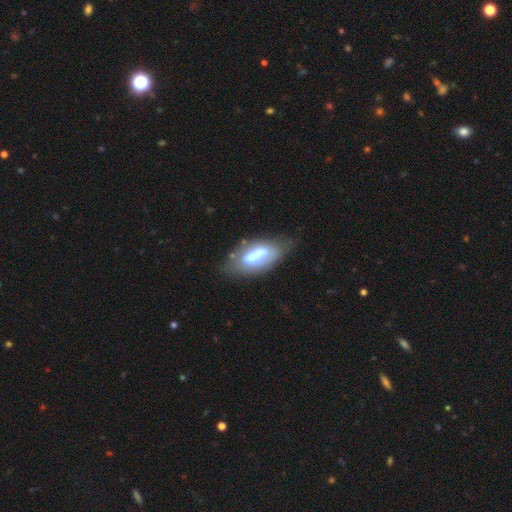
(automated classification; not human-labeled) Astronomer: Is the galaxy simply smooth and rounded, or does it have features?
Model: smooth — 53% (runner-up: featured or disk, 39%).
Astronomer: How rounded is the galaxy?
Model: in between — 79%.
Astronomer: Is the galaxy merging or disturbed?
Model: none — 48% (runner-up: minor disturbance, 30%).